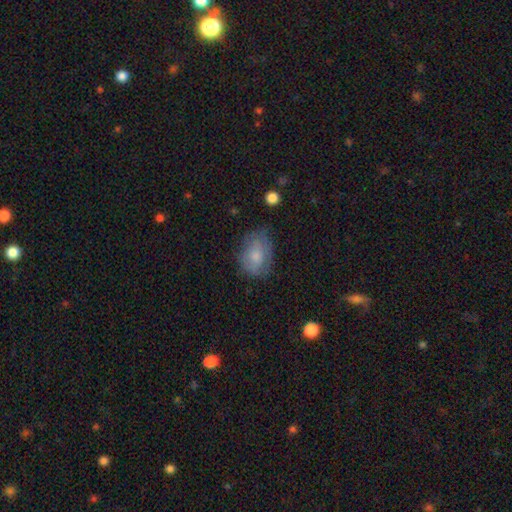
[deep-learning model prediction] A smooth galaxy with no disk features (70%) that is in between round and cigar-shaped (75%). Merging: none (59%).